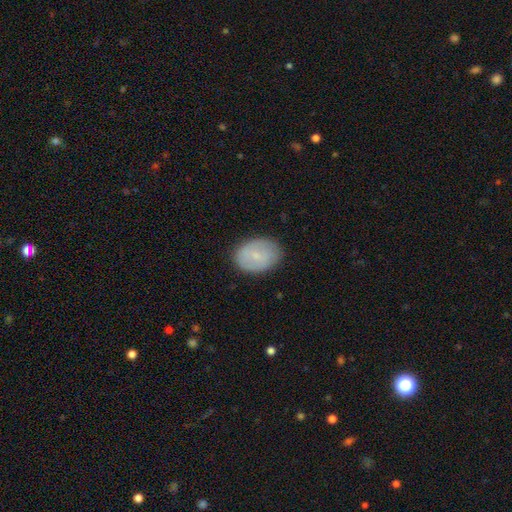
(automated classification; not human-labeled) Q: Smooth or featured?
A: smooth (66%); runner-up: featured or disk (26%)
Q: How rounded?
A: in between (79%); runner-up: round (20%)
Q: Merging?
A: none (83%); runner-up: minor disturbance (13%)